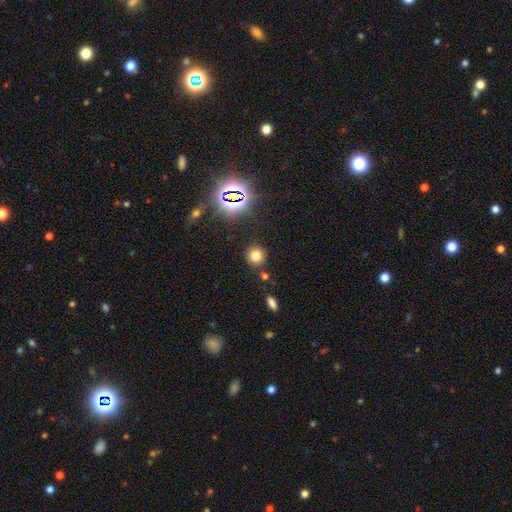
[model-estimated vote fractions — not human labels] smooth-or-featured: smooth: 73% | star or artifact: 20% | featured or disk: 7%
  how-rounded: round: 90% | in between: 9% | cigar-shaped: 1%
  merging: none: 83% | minor disturbance: 8% | merger: 6% | major disturbance: 3%